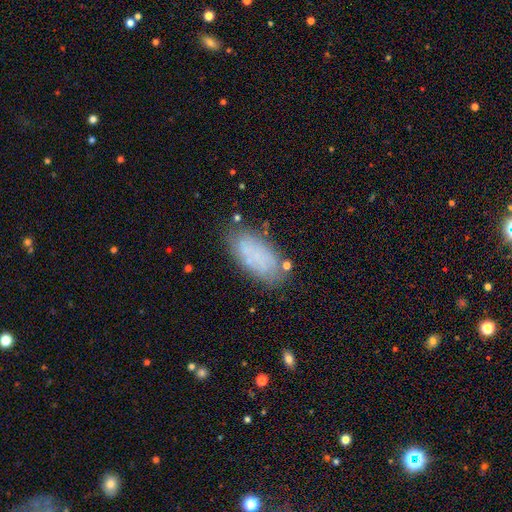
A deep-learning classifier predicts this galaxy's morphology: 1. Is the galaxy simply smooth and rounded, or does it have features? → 64% smooth, 25% featured or disk, 11% star or artifact.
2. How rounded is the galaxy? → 90% in between, 7% cigar-shaped, 3% round.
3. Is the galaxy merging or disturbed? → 72% none, 18% minor disturbance, 6% major disturbance, 4% merger.